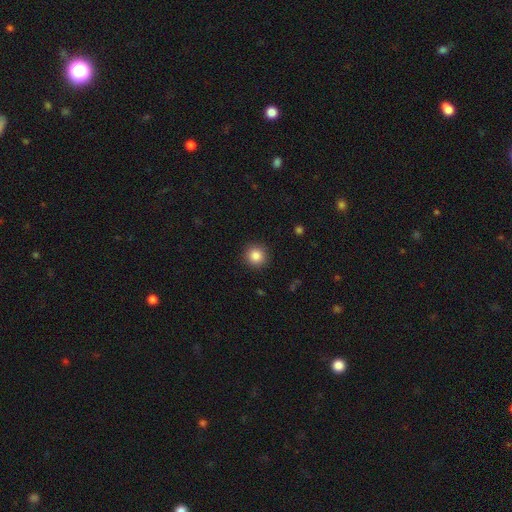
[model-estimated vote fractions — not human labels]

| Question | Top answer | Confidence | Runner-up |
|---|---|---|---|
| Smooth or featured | smooth | 86% | star or artifact (10%) |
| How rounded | round | 94% | in between (5%) |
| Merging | none | 92% | minor disturbance (5%) |